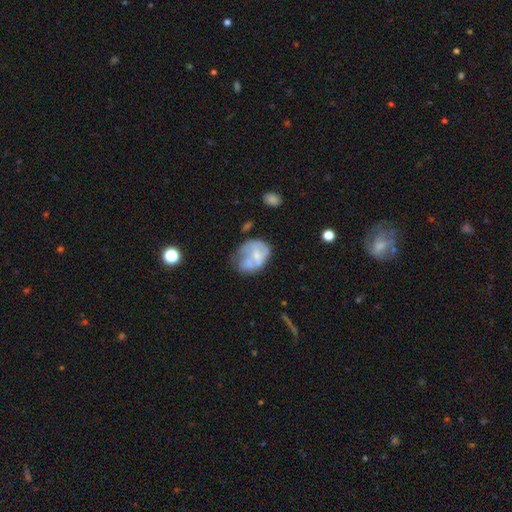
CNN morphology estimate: smooth-or-featured: featured or disk: 48% | smooth: 43% | star or artifact: 9%
  merging: none: 28% (tied) | minor disturbance: 28% (tied) | major disturbance: 27% | merger: 17%